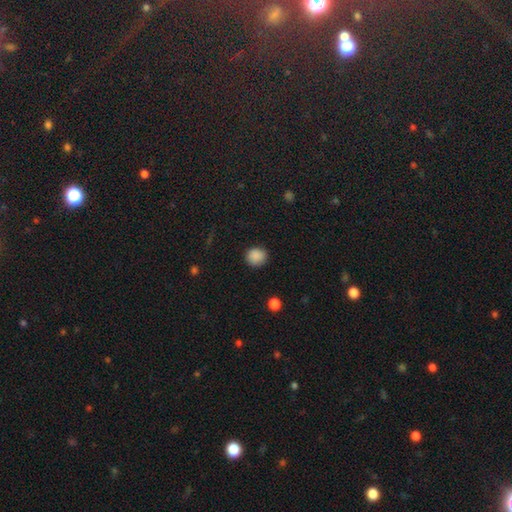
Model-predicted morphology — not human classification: Smooth or featured: smooth — 88% (star or artifact — 9%)
How rounded: round — 85% (in between — 15%)
Merging: none — 87% (minor disturbance — 10%)